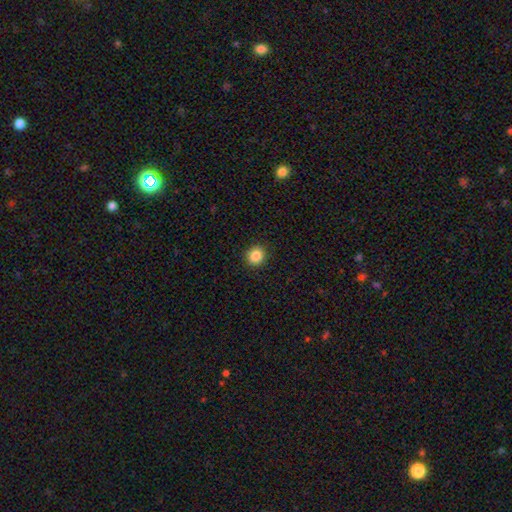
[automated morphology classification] This appears to be a smooth galaxy with no disk features (86%) that is round (87%). Merging: none (92%).